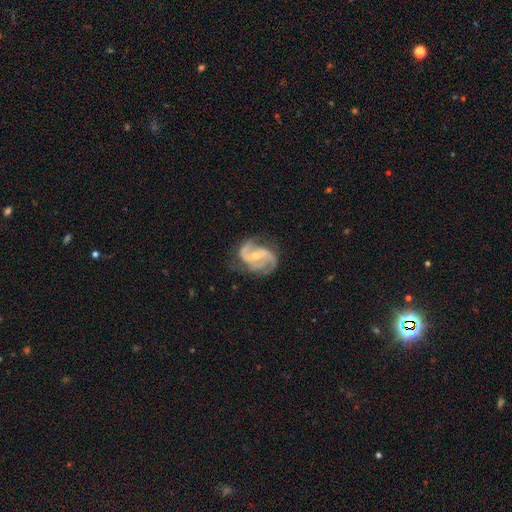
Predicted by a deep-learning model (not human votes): Smooth or featured? featured or disk (90%)
Edge-on disk? no (98%)
Bar? no (46%)
Spiral arms? yes (98%)
Spiral winding? medium (55%)
Spiral arm count? 2 (60%)
Bulge size? moderate (49%)
Merging? none (68%)